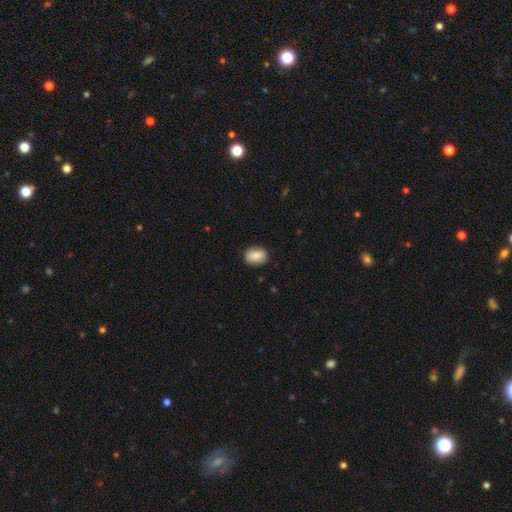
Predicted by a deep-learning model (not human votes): smooth 85%, featured or disk 8%, star or artifact 7%. Down the decision tree: how rounded — in between (72%); merging — none (84%).